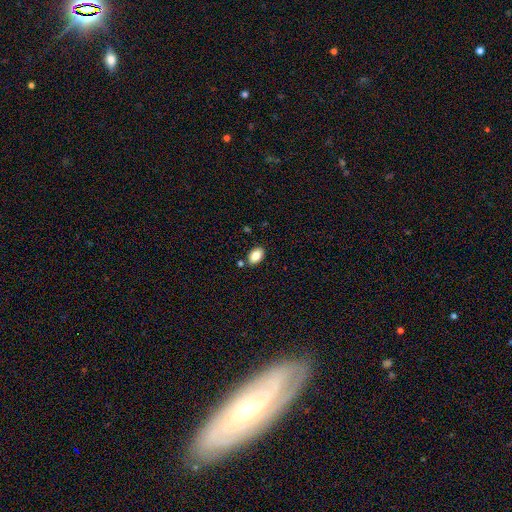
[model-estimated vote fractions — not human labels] A smooth galaxy with no disk features (86%) that is in between round and cigar-shaped (89%).

Vote fractions:
- Smooth or featured? smooth: 86% / star or artifact: 8% / featured or disk: 6%
- How rounded? in between: 89% / round: 10% / cigar-shaped: 1%
- Merging? none: 82% / minor disturbance: 11% / merger: 6% / major disturbance: 2%